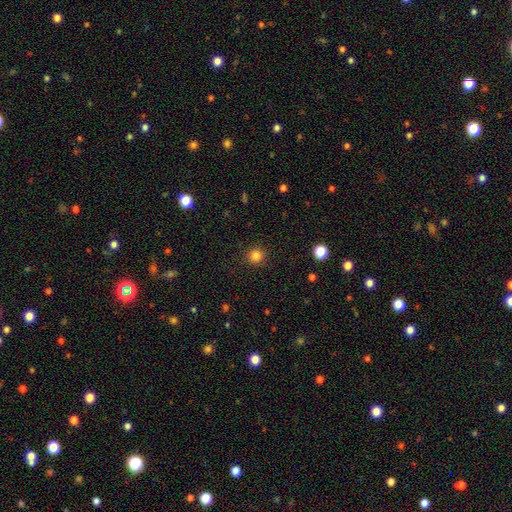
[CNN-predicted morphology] This is clearly a smooth galaxy (83%). How rounded: clearly round (93%). Merging: clearly none (91%).